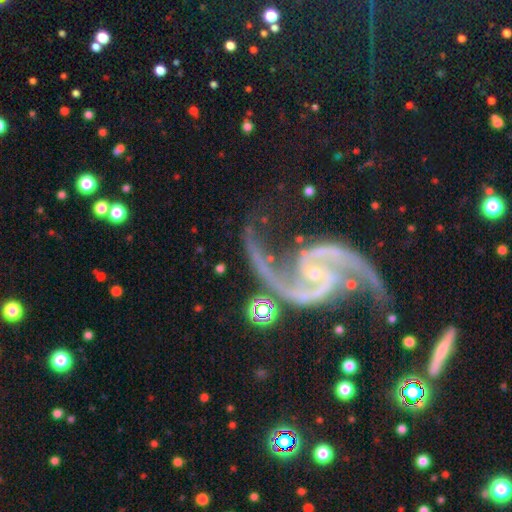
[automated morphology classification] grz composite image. It shows a featured or disk galaxy (94%) with no bar (49%), 2 (94%) medium (49%) spiral arms (99%) and a small central bulge (82%). Merging: none (66%).